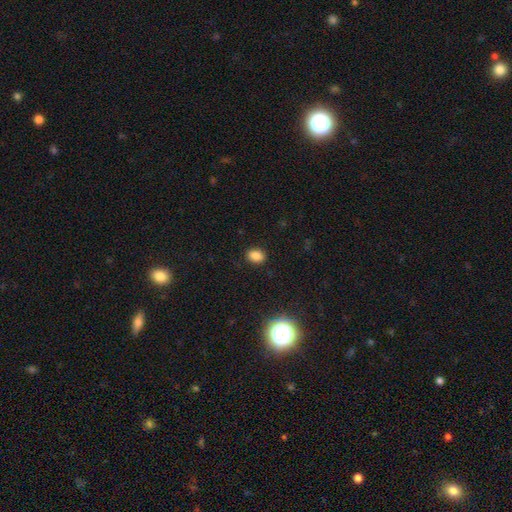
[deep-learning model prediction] Smooth or featured? Predicted: smooth (p=0.84). How rounded? Predicted: in between (p=0.70). Merging? Predicted: none (p=0.88).